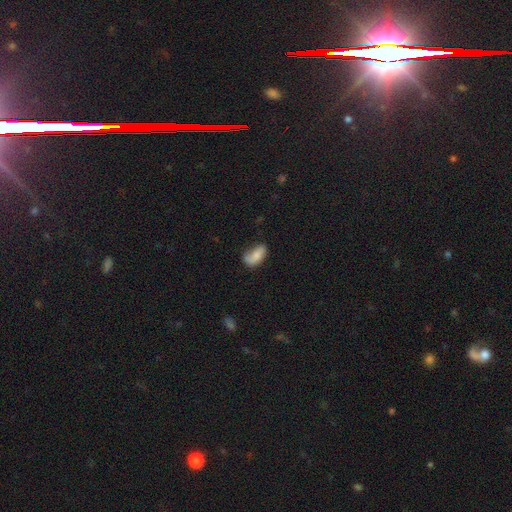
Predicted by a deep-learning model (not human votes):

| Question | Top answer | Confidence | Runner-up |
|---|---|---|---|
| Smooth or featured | smooth | 72% | featured or disk (20%) |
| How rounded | in between | 91% | cigar-shaped (5%) |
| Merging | none | 48% | minor disturbance (33%) |